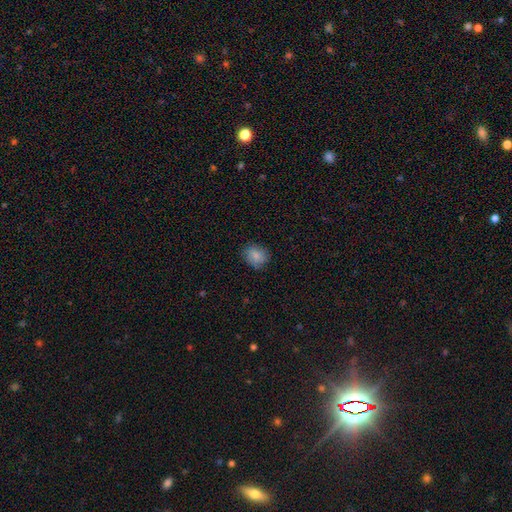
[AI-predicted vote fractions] A smooth galaxy with no disk features (83%) that is round (69%). Merging: none (79%).